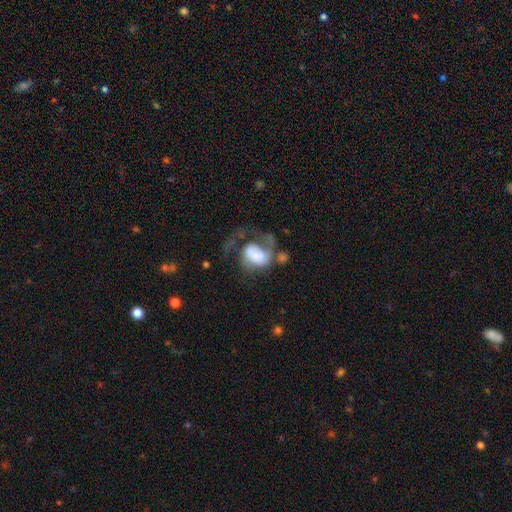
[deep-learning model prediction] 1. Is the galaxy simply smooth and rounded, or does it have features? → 51% featured or disk, 40% smooth, 9% star or artifact.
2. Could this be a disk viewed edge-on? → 97% no, 3% yes.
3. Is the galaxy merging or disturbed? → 52% major disturbance, 21% none, 14% minor disturbance, 13% merger.